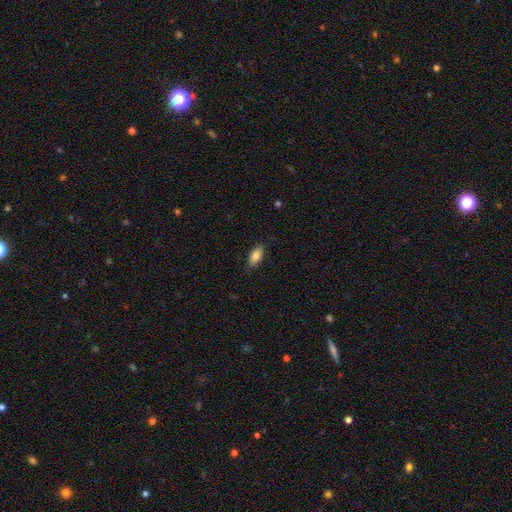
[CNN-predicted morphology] This is clearly a smooth galaxy (84%). How rounded: clearly in between (88%). Merging: clearly none (86%).